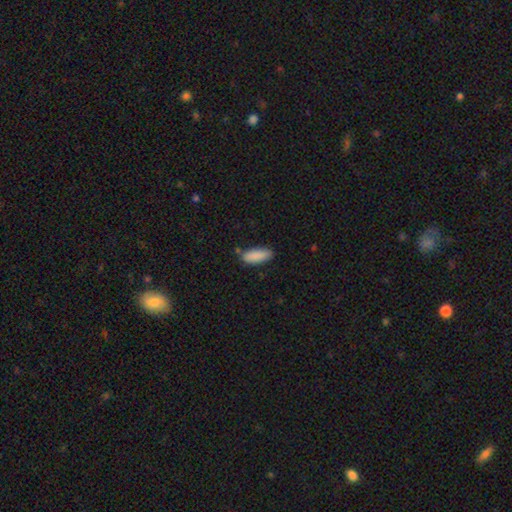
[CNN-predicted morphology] The model was most divided on "how rounded": in between: 70%, cigar-shaped: 28%, round: 2%. More confident: smooth or featured — smooth (89%); merging — none (78%).